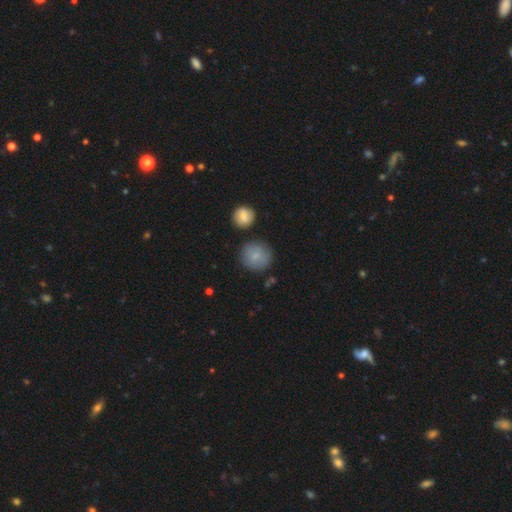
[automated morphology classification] Smooth or featured? smooth (81%)
How rounded? round (90%)
Merging? none (80%)